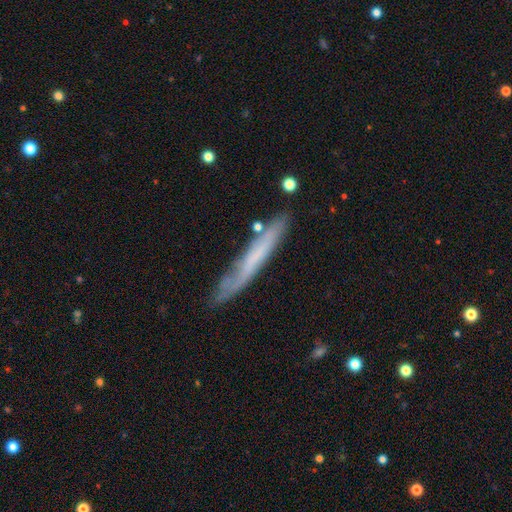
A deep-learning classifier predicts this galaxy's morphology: Smooth or featured?
  - featured or disk: 48% *
  - smooth: 45%
  - star or artifact: 7%
Merging?
  - none: 72% *
  - minor disturbance: 20%
  - major disturbance: 5%
  - merger: 4%